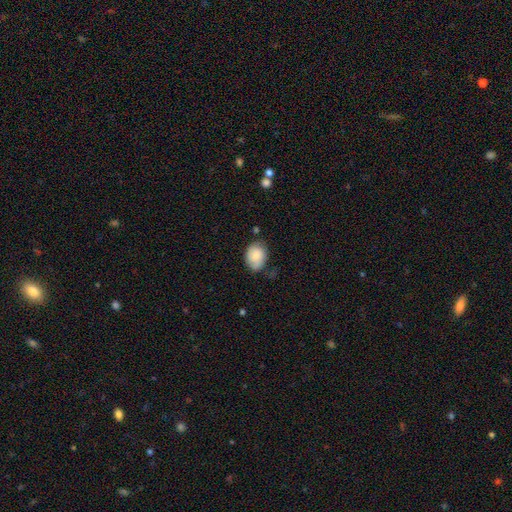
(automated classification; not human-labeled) A smooth galaxy with no disk features (81%) that is in between round and cigar-shaped (73%).

Vote fractions:
- Smooth or featured? smooth: 81% / featured or disk: 12% / star or artifact: 7%
- How rounded? in between: 73% / round: 26% / cigar-shaped: 1%
- Merging? none: 64% / minor disturbance: 28% / major disturbance: 6% / merger: 3%